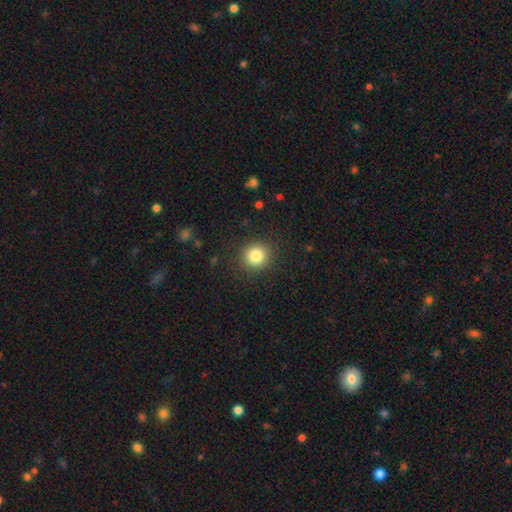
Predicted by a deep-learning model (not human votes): This appears to be a smooth galaxy with no disk features (83%) that is round (90%). Merging: none (89%).